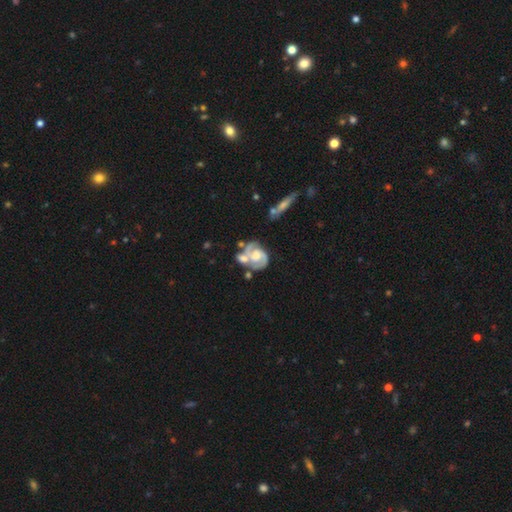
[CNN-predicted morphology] smooth_or_featured: featured or disk (p=0.86) [alt: smooth p=0.09]
disk_edge_on: no (p=0.98) [alt: yes p=0.02]
bar: no (p=0.59) [alt: weak p=0.32]
has_spiral_arms: yes (p=0.96) [alt: no p=0.04]
spiral_winding: medium (p=0.45) [alt: tight p=0.44]
spiral_arm_count: 2 (p=0.85) [alt: can't tell p=0.05]
bulge_size: moderate (p=0.52) [alt: small p=0.26]
merging: none (p=0.41) [alt: merger p=0.33]